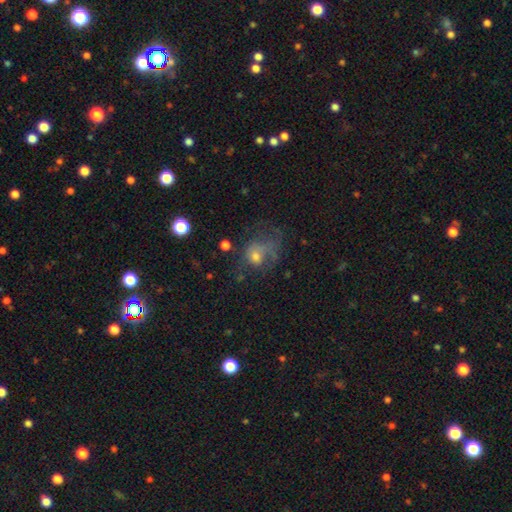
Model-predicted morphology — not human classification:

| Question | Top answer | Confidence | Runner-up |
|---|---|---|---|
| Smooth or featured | smooth | 43% | featured or disk (31%) |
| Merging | none | 40% | major disturbance (34%) |